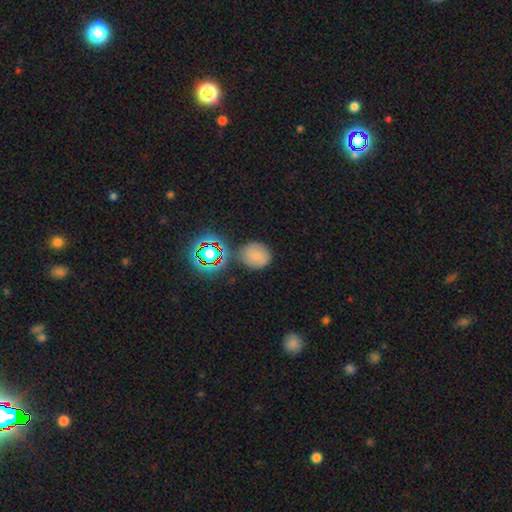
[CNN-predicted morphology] Smooth or featured?
  - smooth: 64% *
  - star or artifact: 21%
  - featured or disk: 15%
How rounded?
  - round: 70% *
  - in between: 28%
  - cigar-shaped: 1%
Merging?
  - none: 68% *
  - minor disturbance: 18%
  - merger: 8%
  - major disturbance: 6%